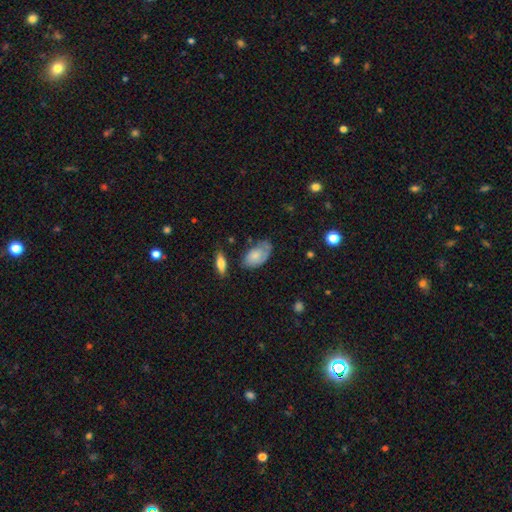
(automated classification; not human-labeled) Smooth or featured?
  - smooth: 71% *
  - featured or disk: 23%
  - star or artifact: 7%
How rounded?
  - in between: 93% *
  - round: 5%
  - cigar-shaped: 3%
Merging?
  - none: 53% *
  - minor disturbance: 32%
  - major disturbance: 10%
  - merger: 4%